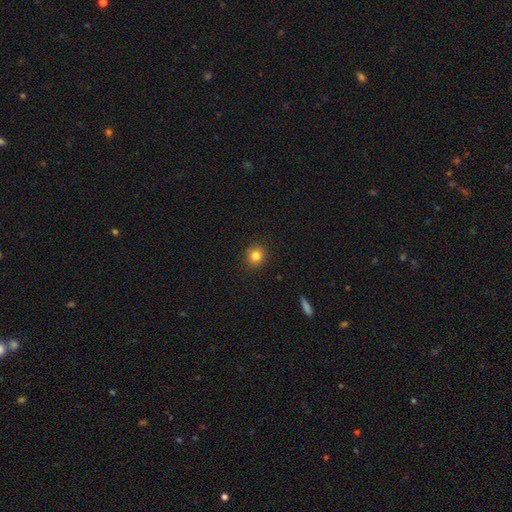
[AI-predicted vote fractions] Smooth or featured? Predicted: smooth (p=0.83). How rounded? Predicted: round (p=0.88). Merging? Predicted: none (p=0.91).